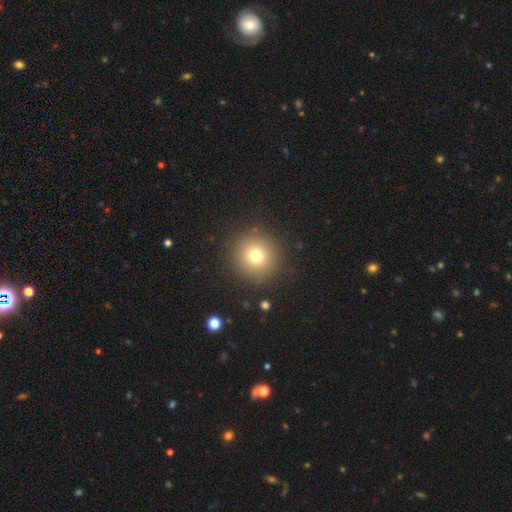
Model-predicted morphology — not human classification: smooth 75%, star or artifact 14%, featured or disk 11%. Down the decision tree: how rounded — round (94%); merging — none (90%).